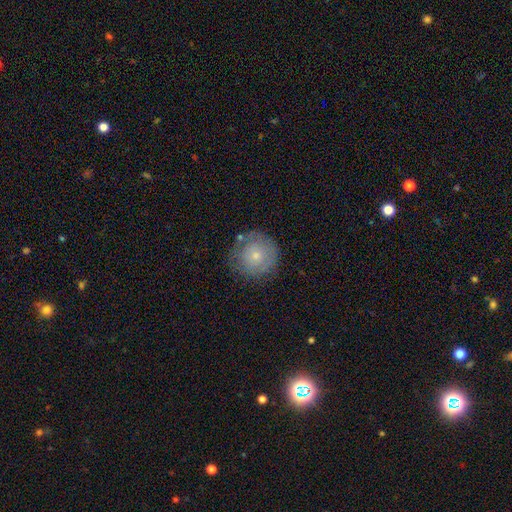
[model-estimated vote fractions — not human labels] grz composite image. It shows a smooth galaxy with no disk features (62%) that is round (94%). Merging: none (71%).